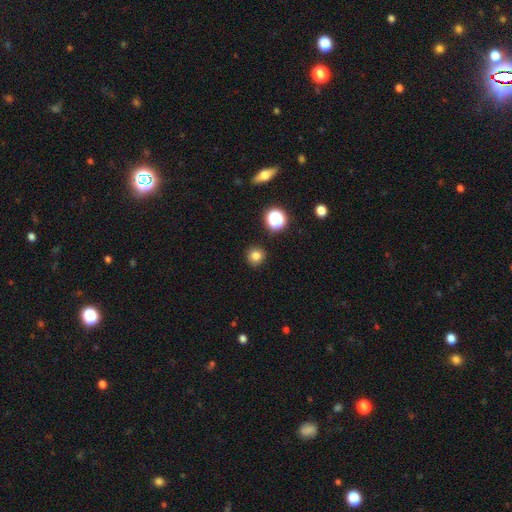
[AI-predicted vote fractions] This appears to be a smooth galaxy with no disk features (80%) that is round (94%). Merging: none (90%).